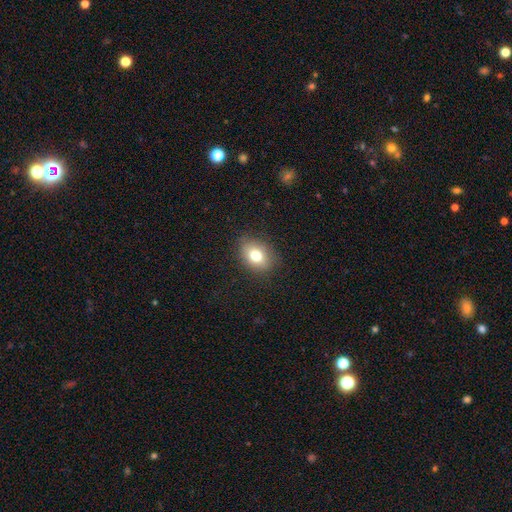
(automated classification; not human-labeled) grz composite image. It shows a smooth galaxy with no disk features (76%) that is in between round and cigar-shaped (67%). Merging: none (84%).